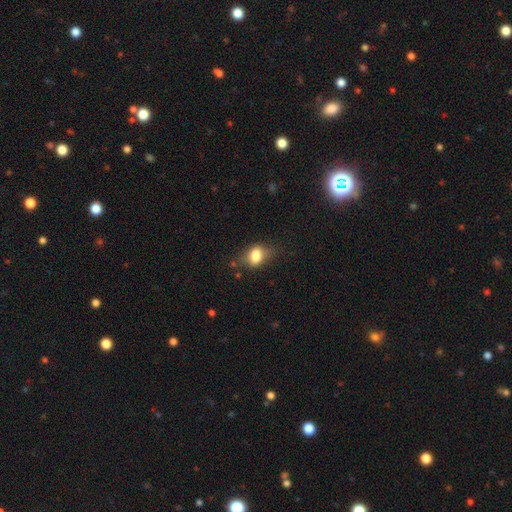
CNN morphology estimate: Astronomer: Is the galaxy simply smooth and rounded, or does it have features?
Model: smooth — 77%.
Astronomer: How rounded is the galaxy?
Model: in between — 70%.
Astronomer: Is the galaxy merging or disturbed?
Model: none — 61%.